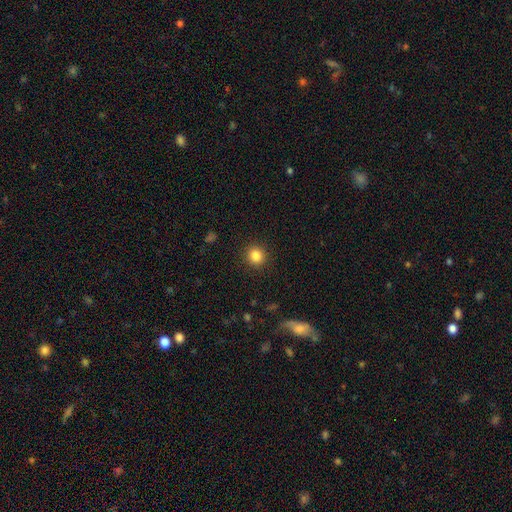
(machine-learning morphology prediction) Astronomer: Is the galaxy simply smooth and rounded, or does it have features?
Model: smooth — 85%.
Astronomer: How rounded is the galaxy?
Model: round — 90%.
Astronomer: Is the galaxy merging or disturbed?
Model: none — 91%.